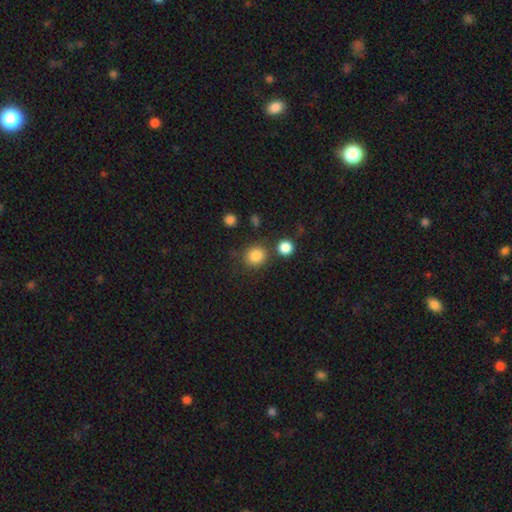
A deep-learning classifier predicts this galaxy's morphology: type=smooth (84%); roundness=round (83%); merging=none (75%).